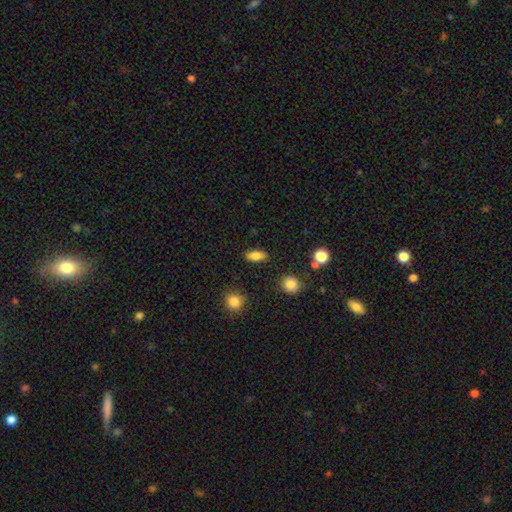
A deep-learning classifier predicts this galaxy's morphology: A smooth galaxy with no disk features (82%) that is in between round and cigar-shaped (82%). Merging: none (87%).